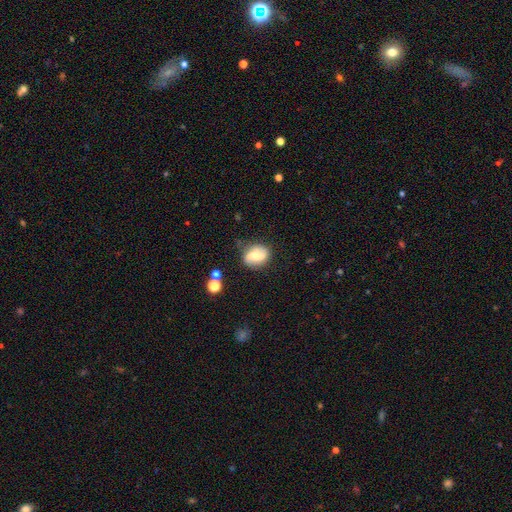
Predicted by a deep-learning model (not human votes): Q: Smooth or featured?
A: featured or disk (63%); runner-up: smooth (30%)
Q: Edge-on disk?
A: no (95%); runner-up: yes (5%)
Q: Bar?
A: strong (45%); runner-up: weak (37%)
Q: Spiral arms?
A: yes (80%); runner-up: no (20%)
Q: Bulge size?
A: moderate (53%); runner-up: small (29%)
Q: Merging?
A: none (74%); runner-up: minor disturbance (18%)